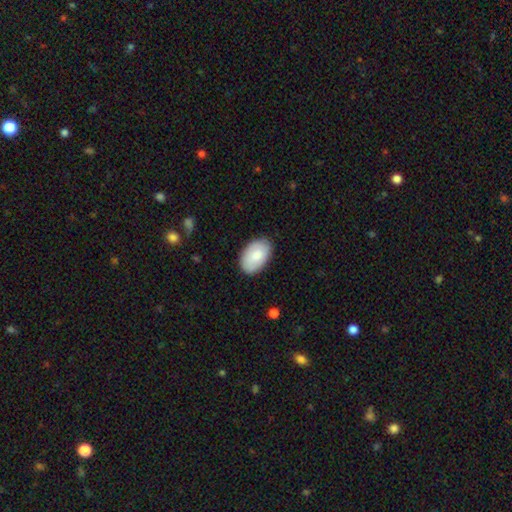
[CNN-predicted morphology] A smooth galaxy with no disk features (83%) that is in between round and cigar-shaped (93%). Merging: none (86%).